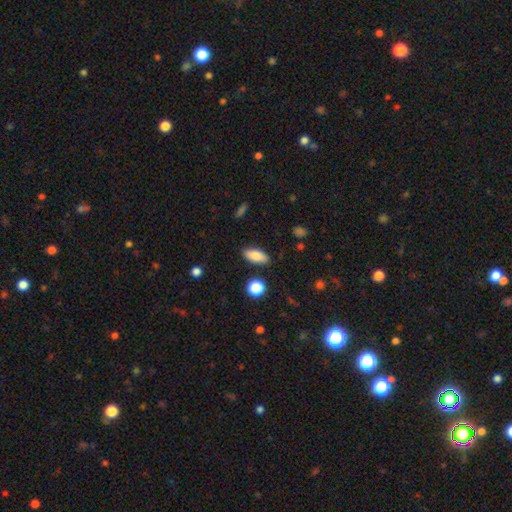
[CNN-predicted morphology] This appears to be a smooth galaxy with no disk features (83%) that is in between round and cigar-shaped (83%). Merging: none (86%).